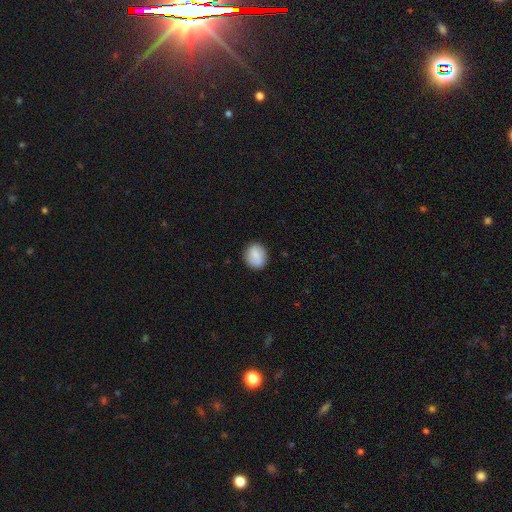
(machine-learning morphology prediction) A smooth galaxy with no disk features (82%) that is round (72%). Merging: none (87%).